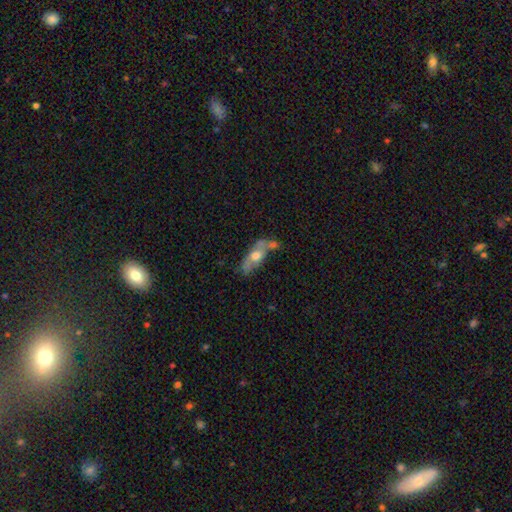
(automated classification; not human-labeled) featured or disk 47%, smooth 46%, star or artifact 7%. Down the decision tree: merging — none (40%).